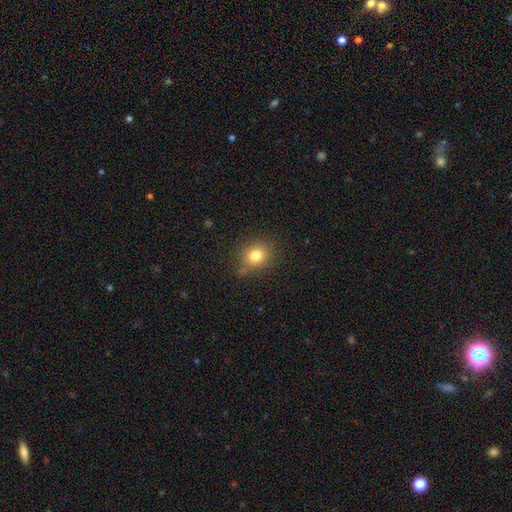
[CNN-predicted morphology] smooth-or-featured: smooth: 79% | star or artifact: 13% | featured or disk: 9%
  how-rounded: round: 73% | in between: 26% | cigar-shaped: 1%
  merging: none: 78% | minor disturbance: 14% | merger: 4% | major disturbance: 4%